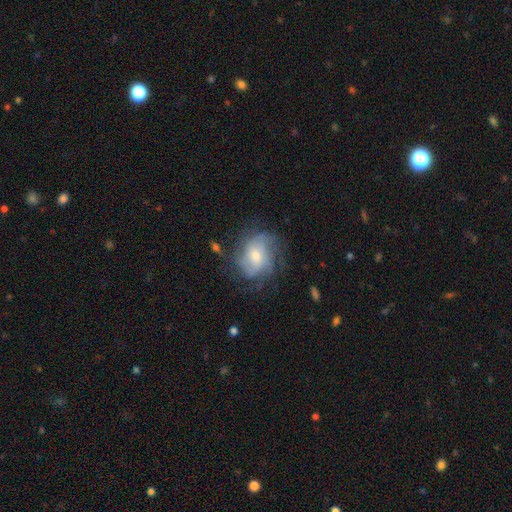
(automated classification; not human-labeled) A featured or disk galaxy (69%) with no bar (63%), tight (43%) spiral arms (87%) and a moderate central bulge (52%). Merging: none (64%).